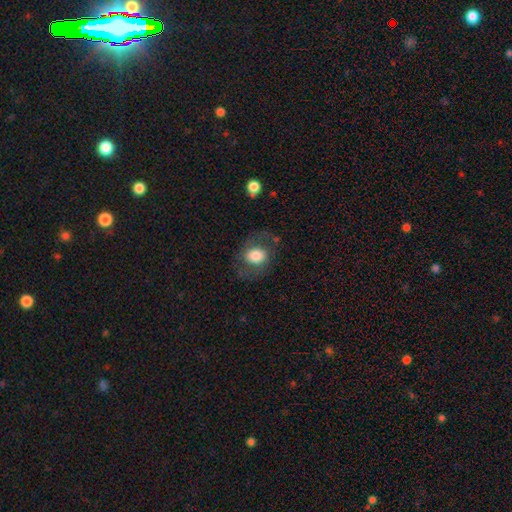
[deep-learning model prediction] This appears to be a smooth galaxy with no disk features (65%) that is round (52%). Merging: none (69%).